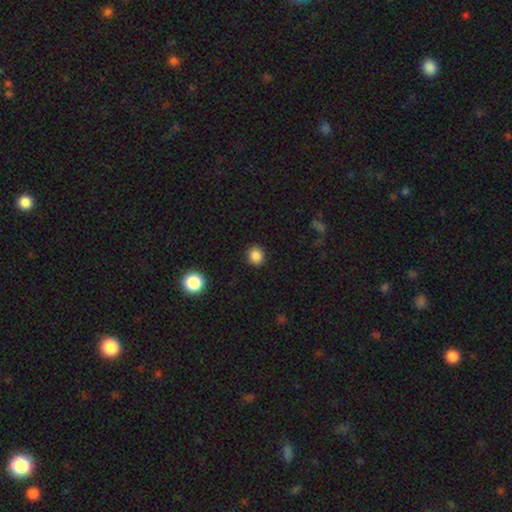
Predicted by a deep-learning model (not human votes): Smooth or featured? smooth (86%)
How rounded? round (85%)
Merging? none (91%)